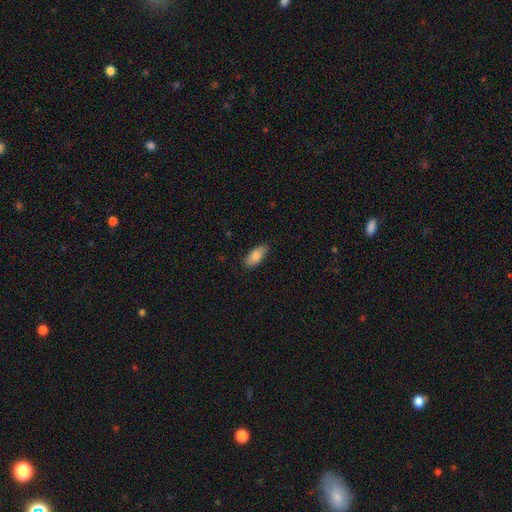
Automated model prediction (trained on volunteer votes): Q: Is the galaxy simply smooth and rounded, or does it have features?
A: smooth — 80%.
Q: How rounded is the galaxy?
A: in between — 87%.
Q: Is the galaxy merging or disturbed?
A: none — 84%.